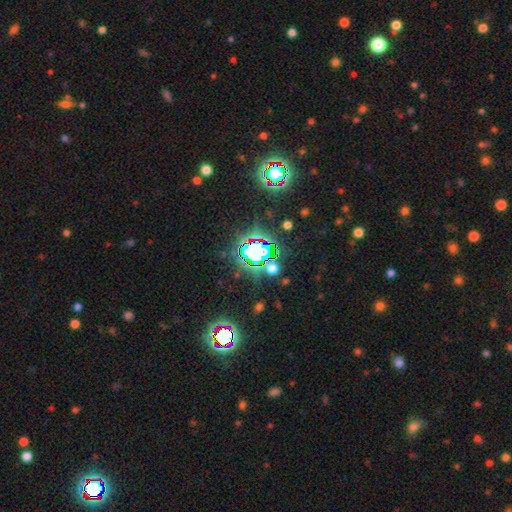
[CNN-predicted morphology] A star or artifact, not a galaxy (78%).

Vote fractions:
- Smooth or featured? star or artifact: 78% / smooth: 14% / featured or disk: 8%